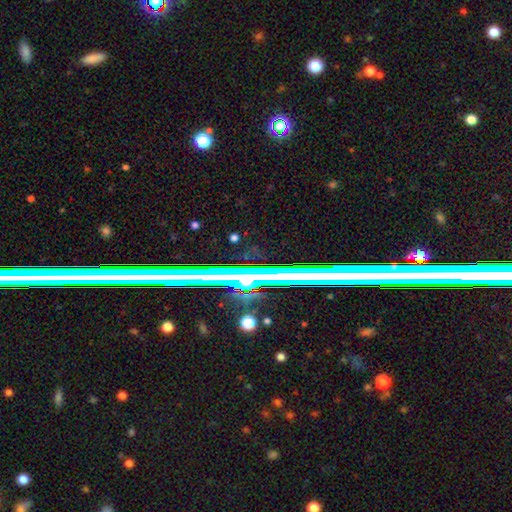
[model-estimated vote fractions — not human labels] This appears to be a star or artifact, not a galaxy (46%).